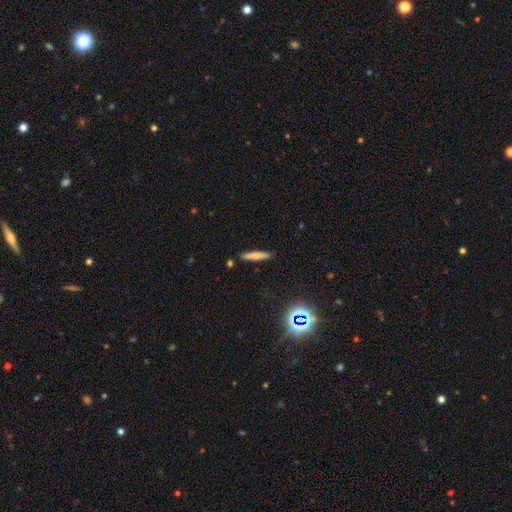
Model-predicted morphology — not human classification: Overall: smooth (65%; featured or disk 25%). How rounded: cigar-shaped (91%). Merging: none (88%).